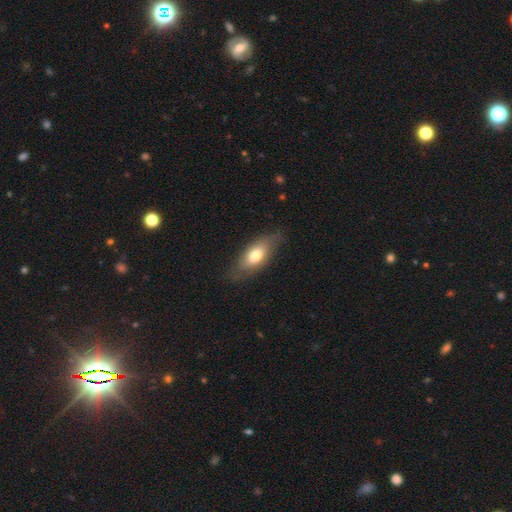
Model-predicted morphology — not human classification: type=smooth (67%); roundness=in between (81%); merging=none (76%).